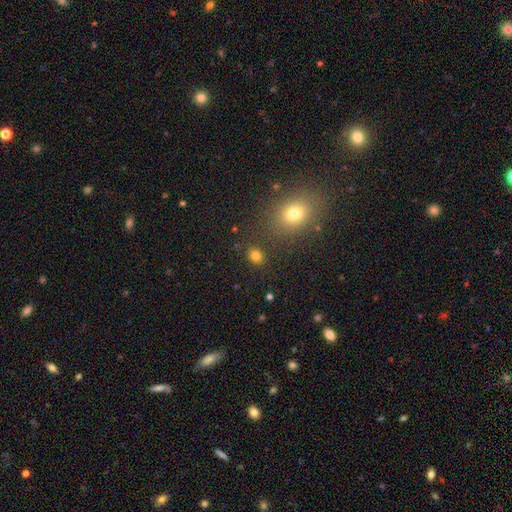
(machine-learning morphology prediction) This appears to be a smooth galaxy with no disk features (78%) that is round (54%). Merging: none (83%).